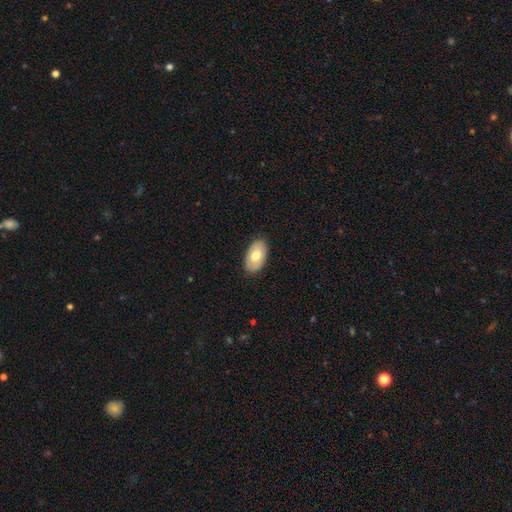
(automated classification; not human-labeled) Smooth or featured: smooth — 69% (featured or disk — 25%)
How rounded: in between — 94% (round — 5%)
Merging: none — 87% (minor disturbance — 10%)